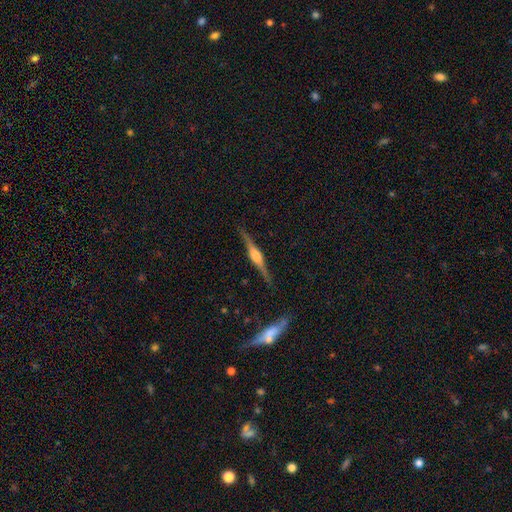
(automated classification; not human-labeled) featured or disk 81%, smooth 13%, star or artifact 6%. Down the decision tree: edge-on disk — yes (98%); edge-on bulge — rounded (80%); merging — none (88%).